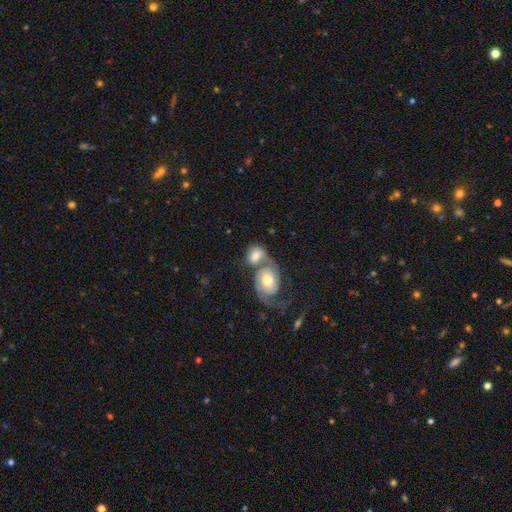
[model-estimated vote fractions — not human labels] The model was most divided on "smooth or featured": featured or disk: 54%, smooth: 39%, star or artifact: 7%. More confident: edge-on disk — no (96%); spiral arms — yes (85%); merging — merger (67%); bar — no (61%); bulge size — moderate (60%).